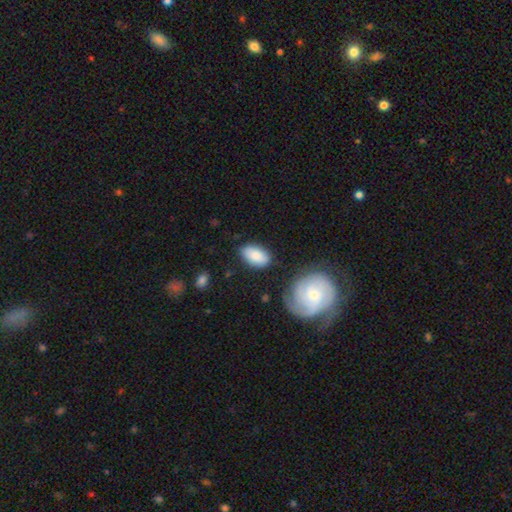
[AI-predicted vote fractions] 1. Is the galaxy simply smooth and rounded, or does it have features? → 83% smooth, 11% featured or disk, 6% star or artifact.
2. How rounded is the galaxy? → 92% in between, 6% round, 2% cigar-shaped.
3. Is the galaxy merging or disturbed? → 77% none, 15% minor disturbance, 4% merger, 4% major disturbance.